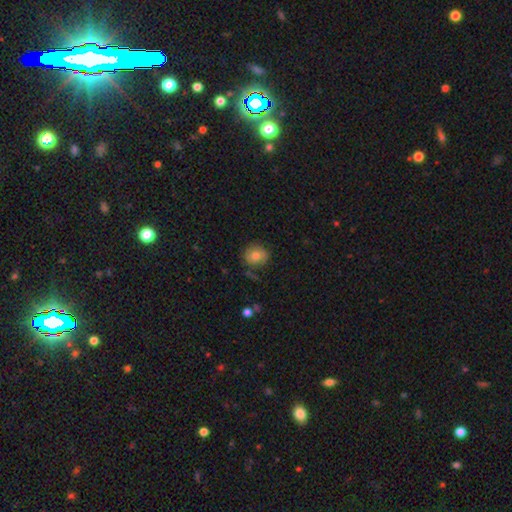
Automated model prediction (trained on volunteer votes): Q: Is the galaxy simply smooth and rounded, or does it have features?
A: smooth — 74%.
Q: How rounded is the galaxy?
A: round — 79%.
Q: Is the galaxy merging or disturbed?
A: none — 77%.